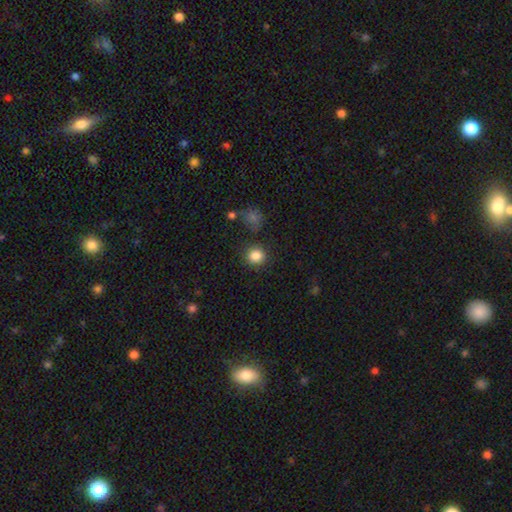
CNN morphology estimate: Smooth or featured?
  - smooth: 85% *
  - star or artifact: 10%
  - featured or disk: 5%
How rounded?
  - round: 86% *
  - in between: 13%
  - cigar-shaped: 1%
Merging?
  - none: 86% *
  - minor disturbance: 8%
  - major disturbance: 3%
  - merger: 2%